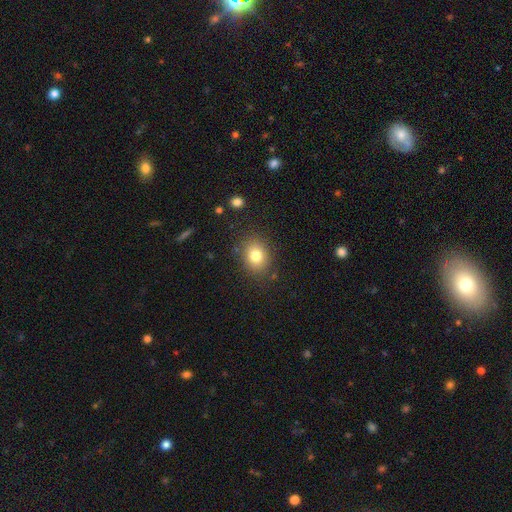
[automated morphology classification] smooth_or_featured: smooth (p=0.79) [alt: star or artifact p=0.11]
how_rounded: round (p=0.53) [alt: in between p=0.46]
merging: none (p=0.84) [alt: minor disturbance p=0.11]